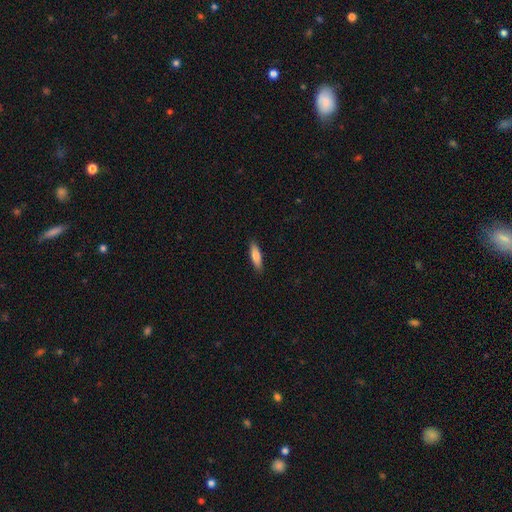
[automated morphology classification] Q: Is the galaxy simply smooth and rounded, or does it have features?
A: smooth — 78%.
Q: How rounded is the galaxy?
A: cigar-shaped — 64%.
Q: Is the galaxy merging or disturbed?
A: none — 89%.